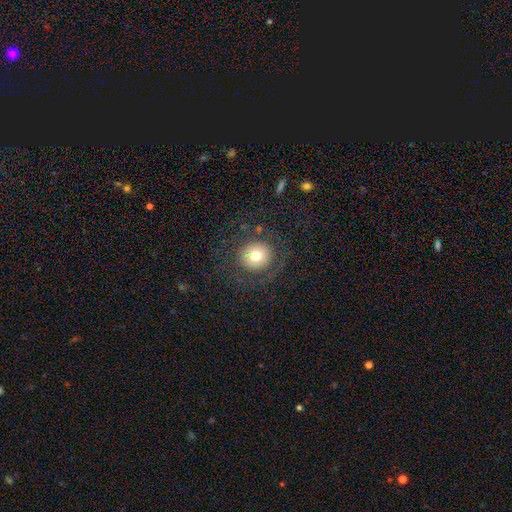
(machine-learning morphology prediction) Smooth or featured? smooth (68%)
How rounded? round (92%)
Merging? none (78%)